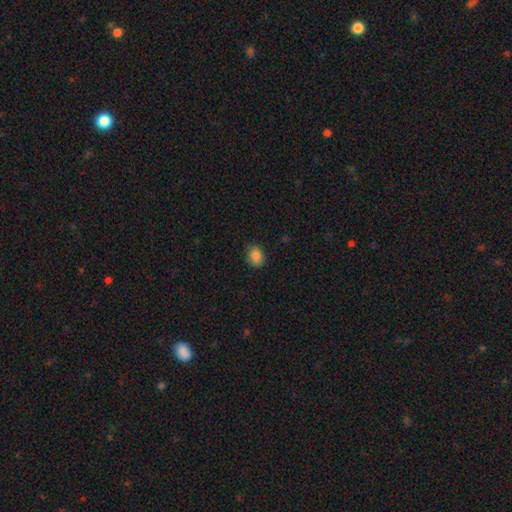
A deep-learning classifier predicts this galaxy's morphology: Smooth or featured? Predicted: smooth (p=0.86). How rounded? Predicted: in between (p=0.53). Merging? Predicted: none (p=0.82).